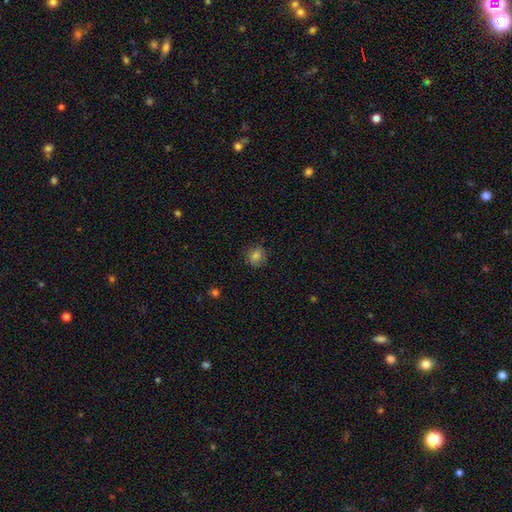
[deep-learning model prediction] Morphology: type=smooth (81%); roundness=round (72%); merging=none (83%).